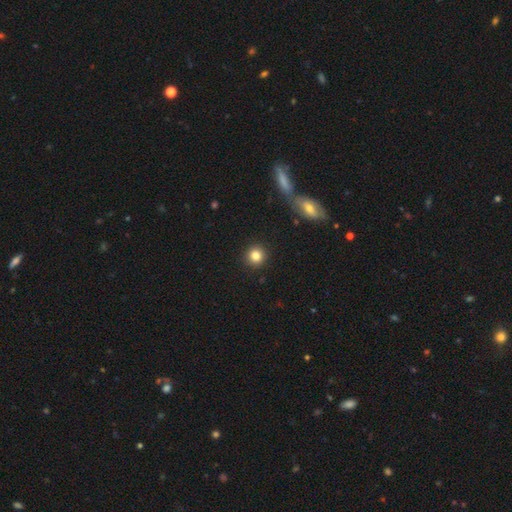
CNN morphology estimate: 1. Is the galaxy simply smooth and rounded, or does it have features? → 83% smooth, 11% star or artifact, 6% featured or disk.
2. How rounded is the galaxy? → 93% round, 6% in between, 1% cigar-shaped.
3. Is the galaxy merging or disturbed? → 91% none, 5% minor disturbance, 2% major disturbance, 2% merger.